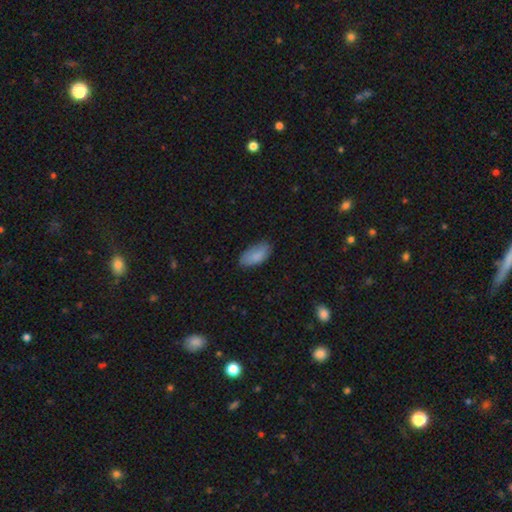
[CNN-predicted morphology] smooth-or-featured: smooth: 85% | featured or disk: 8% | star or artifact: 7%
  how-rounded: in between: 92% | cigar-shaped: 6% | round: 2%
  merging: none: 75% | minor disturbance: 20% | major disturbance: 4% | merger: 1%